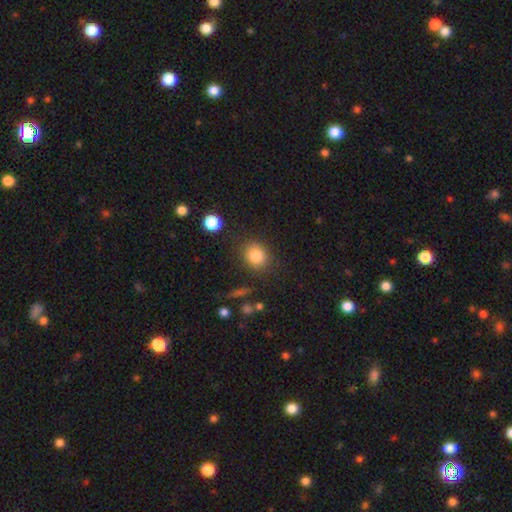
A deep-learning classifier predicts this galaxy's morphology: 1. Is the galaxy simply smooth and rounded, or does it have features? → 83% smooth, 10% star or artifact, 7% featured or disk.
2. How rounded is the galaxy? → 70% round, 28% in between, 1% cigar-shaped.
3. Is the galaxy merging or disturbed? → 82% none, 11% minor disturbance, 4% major disturbance, 3% merger.